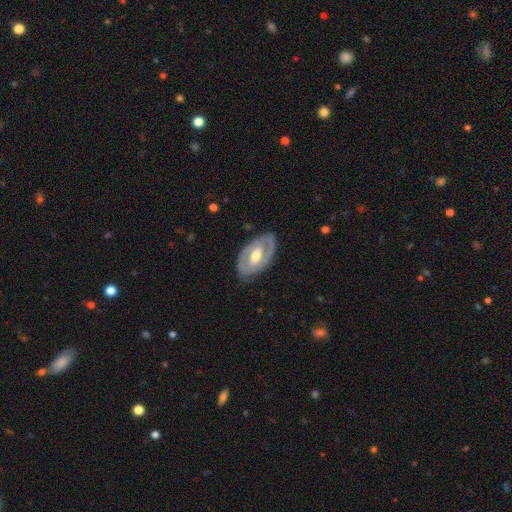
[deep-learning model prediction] A featured or disk galaxy (75%) with a weak bar (41%), spiral arms (62%) and a moderate central bulge (68%).

Vote fractions:
- Smooth or featured? featured or disk: 75% / smooth: 21% / star or artifact: 4%
- Edge-on disk? no: 93% / yes: 7%
- Bar? weak: 41% / no: 31% / strong: 28%
- Spiral arms? yes: 62% / no: 38%
- Bulge size? moderate: 68% / small: 16% / large: 13% / none: 1% / dominant: 1%
- Merging? none: 80% / minor disturbance: 14% / major disturbance: 5% / merger: 1%